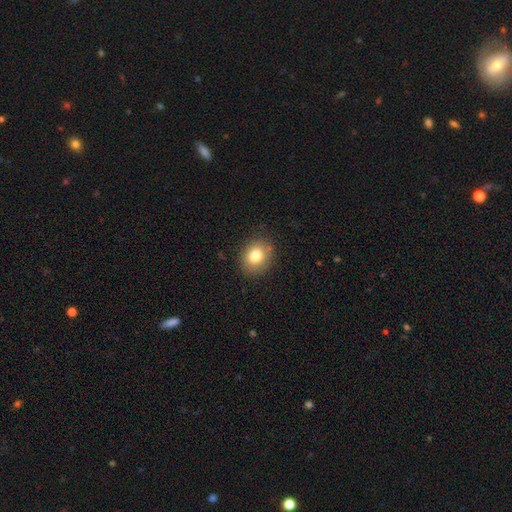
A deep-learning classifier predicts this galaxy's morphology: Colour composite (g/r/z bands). It shows a smooth galaxy with no disk features (79%) that is round (62%). Merging: none (85%).